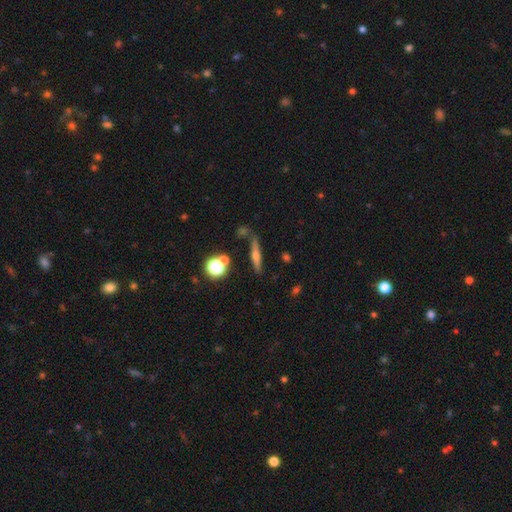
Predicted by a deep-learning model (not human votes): Morphology: type=featured or disk (56%); edge-on=yes (92%); edge-on bulge=rounded (85%); merging=none (78%).